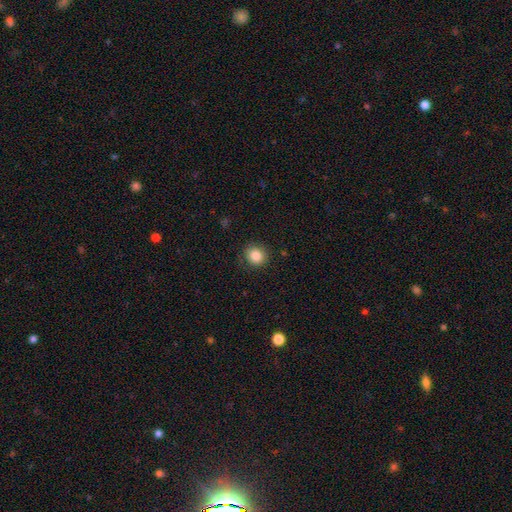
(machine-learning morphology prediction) This appears to be a smooth galaxy with no disk features (85%) that is round (86%). Merging: none (86%).